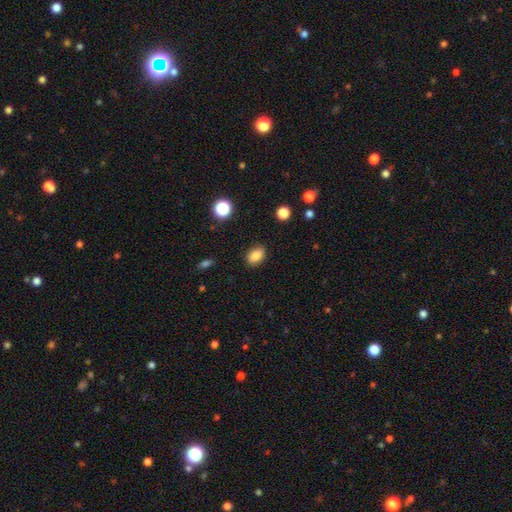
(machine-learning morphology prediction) type=smooth (86%); roundness=in between (84%); merging=none (87%).